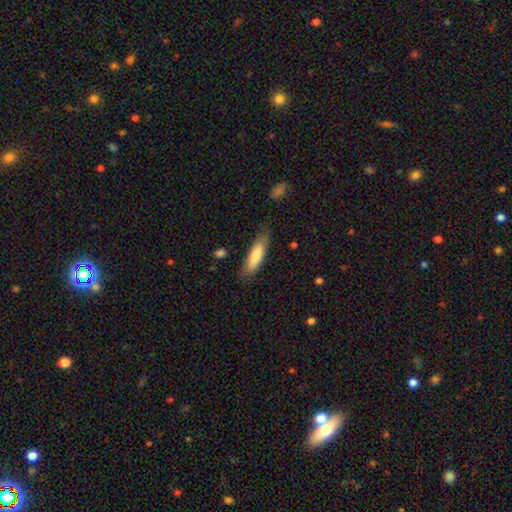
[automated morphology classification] The model was most divided on "how rounded": cigar-shaped: 63%, in between: 36%, round: 1%. More confident: smooth or featured — smooth (78%); merging — none (77%).